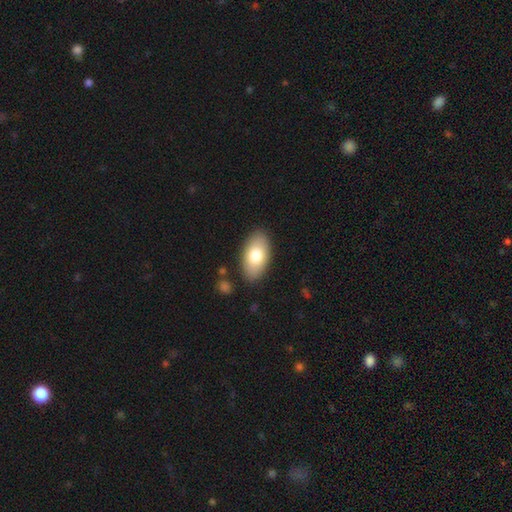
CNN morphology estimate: Q: Smooth or featured?
A: smooth (77%); runner-up: featured or disk (18%)
Q: How rounded?
A: in between (94%); runner-up: round (3%)
Q: Merging?
A: none (87%); runner-up: minor disturbance (9%)